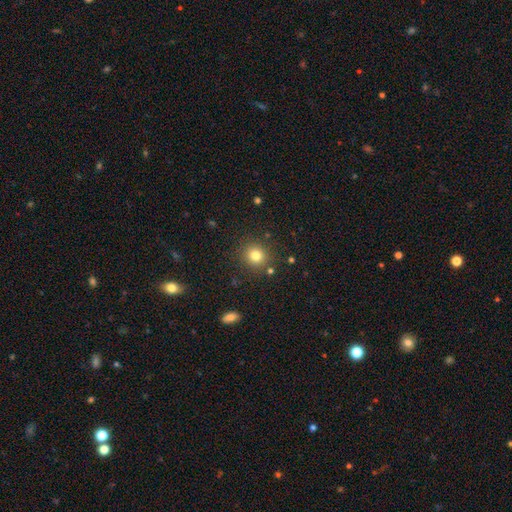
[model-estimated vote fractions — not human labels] smooth-or-featured: smooth: 80% | star or artifact: 13% | featured or disk: 7%
  how-rounded: round: 87% | in between: 12% | cigar-shaped: 1%
  merging: none: 86% | minor disturbance: 8% | merger: 3% | major disturbance: 3%